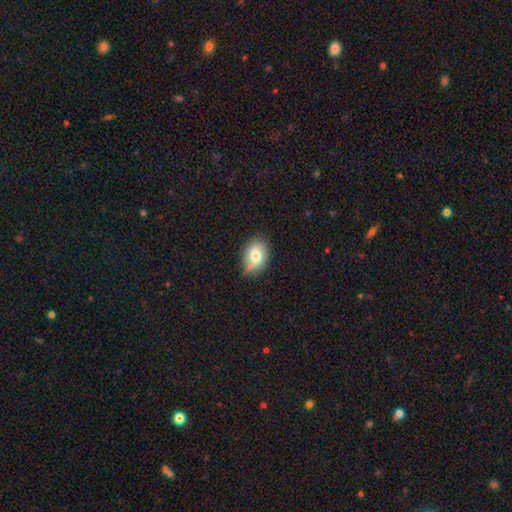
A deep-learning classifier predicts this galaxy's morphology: This appears to be a smooth galaxy with no disk features (74%) that is in between round and cigar-shaped (76%). Merging: none (64%).